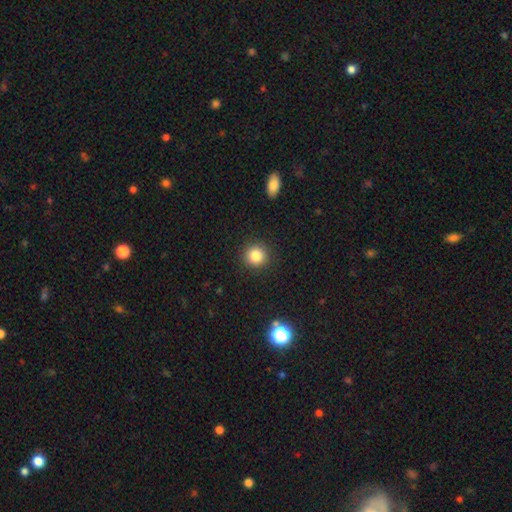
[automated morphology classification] Overall: smooth (84%). How rounded: round (92%). Merging: none (91%).